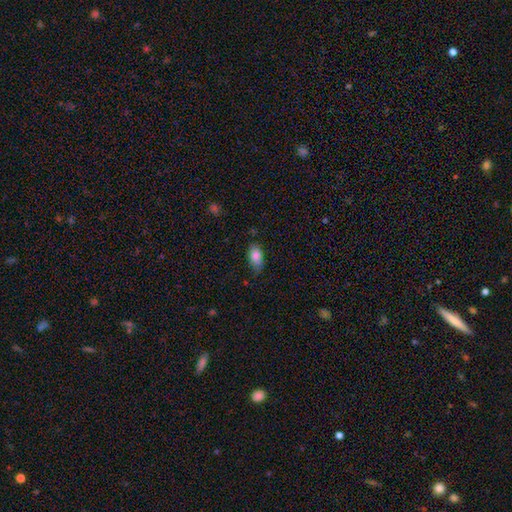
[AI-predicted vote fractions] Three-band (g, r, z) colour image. It shows a smooth galaxy with no disk features (83%) that is in between round and cigar-shaped (89%). Merging: none (63%).